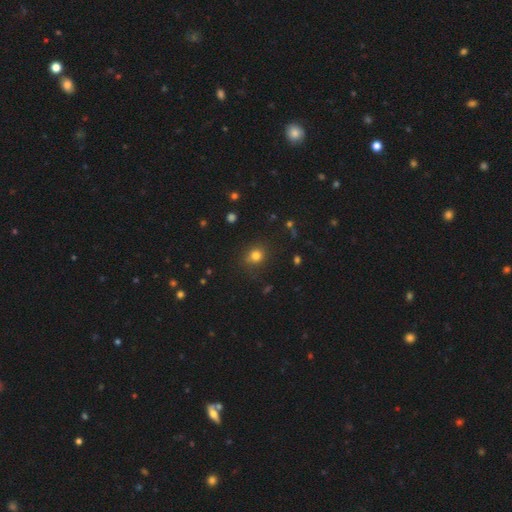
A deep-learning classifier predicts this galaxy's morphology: This is likely a smooth galaxy (79%). How rounded: likely round (76%). Merging: clearly none (84%).